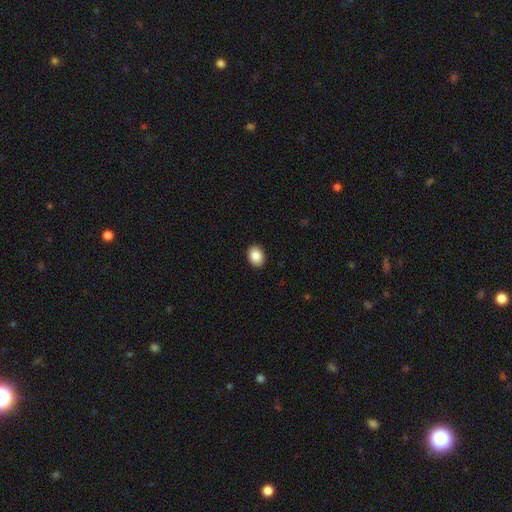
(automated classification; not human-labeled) smooth-or-featured: smooth: 86% | star or artifact: 8% | featured or disk: 6%
  how-rounded: in between: 70% | round: 29% | cigar-shaped: 1%
  merging: none: 91% | minor disturbance: 6% | major disturbance: 2% | merger: 1%